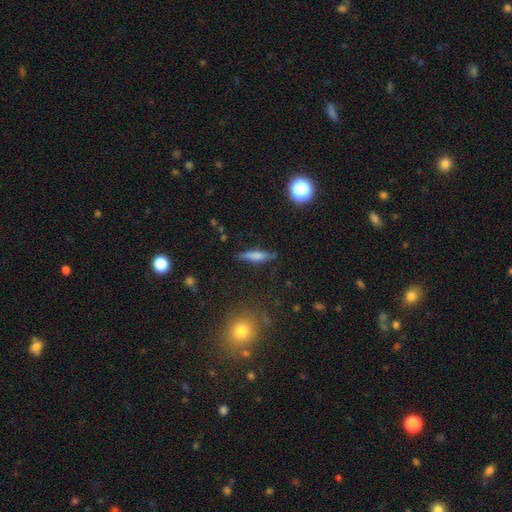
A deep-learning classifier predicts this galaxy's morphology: Smooth or featured: smooth — 64% (featured or disk — 28%)
How rounded: cigar-shaped — 78% (in between — 20%)
Merging: none — 80% (minor disturbance — 15%)